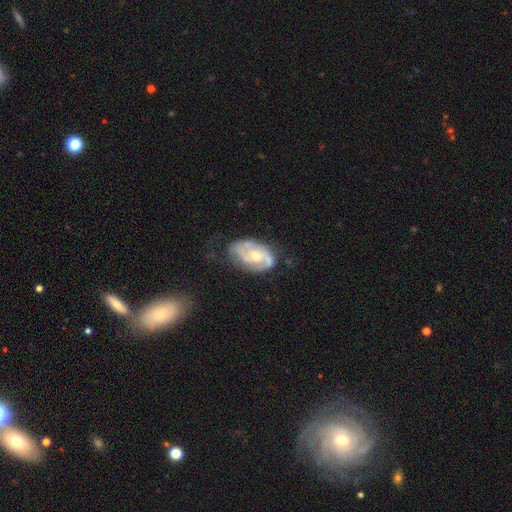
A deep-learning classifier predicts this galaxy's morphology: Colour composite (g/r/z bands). It shows a featured or disk galaxy (80%) with no bar (62%), 2 (71%) medium (43%) spiral arms (88%) and a moderate central bulge (60%). Merging: none (59%).